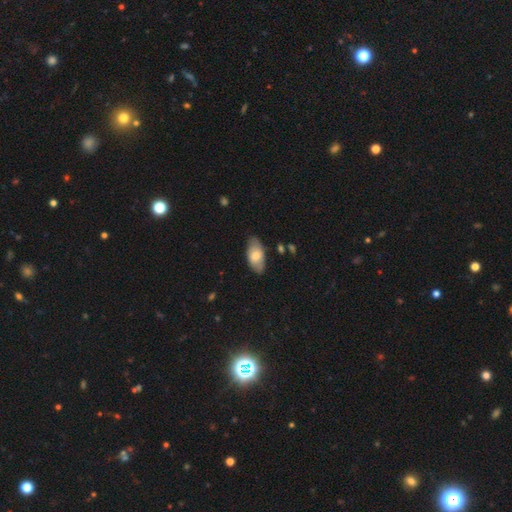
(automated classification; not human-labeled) Smooth or featured? smooth (71%)
How rounded? in between (93%)
Merging? none (78%)